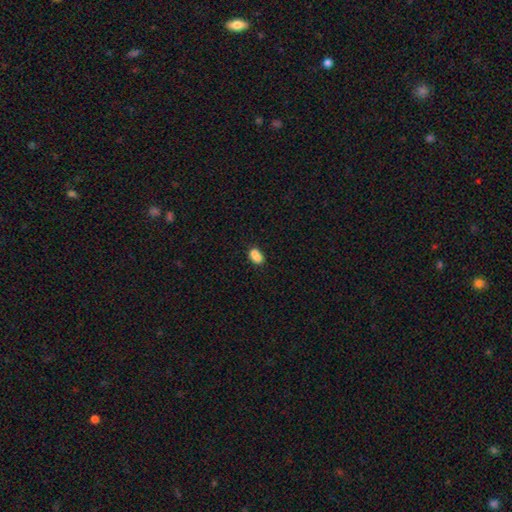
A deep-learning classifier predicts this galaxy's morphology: The model was most divided on "merging": merger: 50%, none: 35%, minor disturbance: 12%, major disturbance: 4%. More confident: smooth or featured — smooth (76%); how rounded — in between (67%).